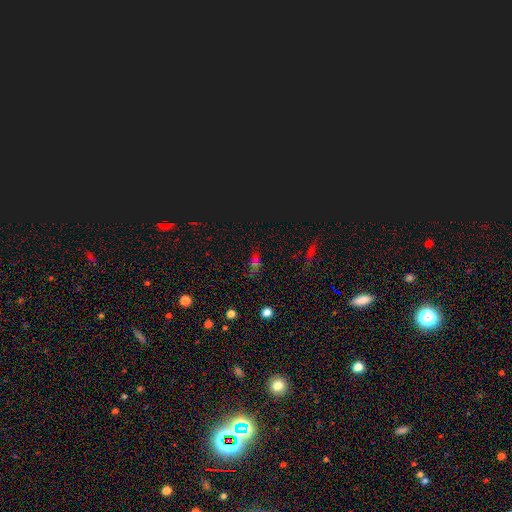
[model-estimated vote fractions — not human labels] The model was most divided on "smooth or featured": star or artifact: 59%, smooth: 31%, featured or disk: 10%.